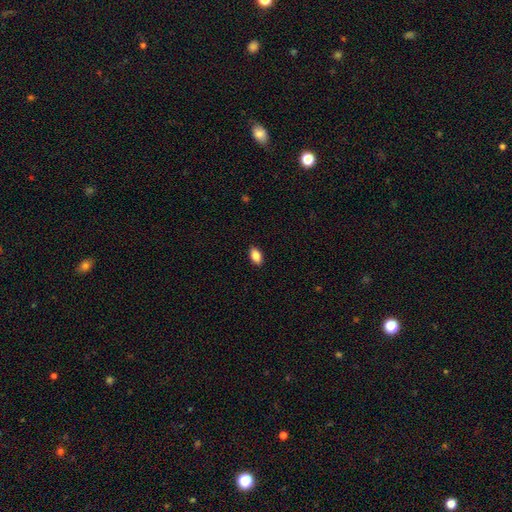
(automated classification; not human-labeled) The model was most divided on "smooth or featured": smooth: 86%, star or artifact: 8%, featured or disk: 6%. More confident: how rounded — in between (91%); merging — none (90%).